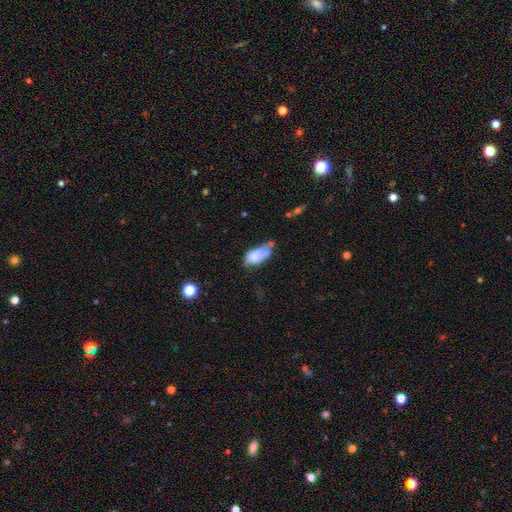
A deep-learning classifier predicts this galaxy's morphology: A smooth galaxy with no disk features (59%) that is in between round and cigar-shaped (87%).

Vote fractions:
- Smooth or featured? smooth: 59% / featured or disk: 32% / star or artifact: 9%
- How rounded? in between: 87% / cigar-shaped: 9% / round: 5%
- Merging? minor disturbance: 28% / major disturbance: 25% / none: 25% / merger: 22%